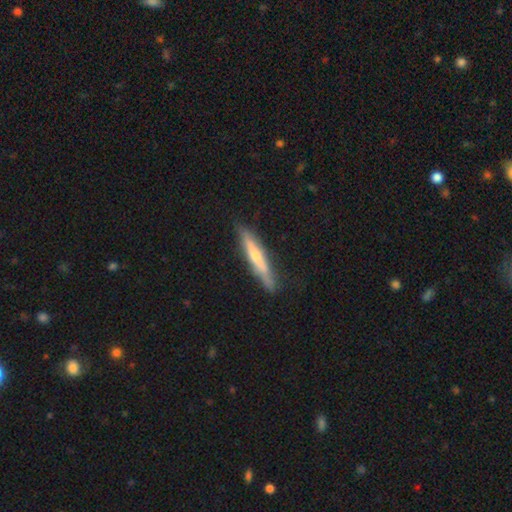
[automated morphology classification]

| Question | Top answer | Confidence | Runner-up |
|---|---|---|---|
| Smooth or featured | featured or disk | 55% | smooth (38%) |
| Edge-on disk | yes | 92% | no (8%) |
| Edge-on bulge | rounded | 73% | none (22%) |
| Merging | none | 86% | minor disturbance (11%) |